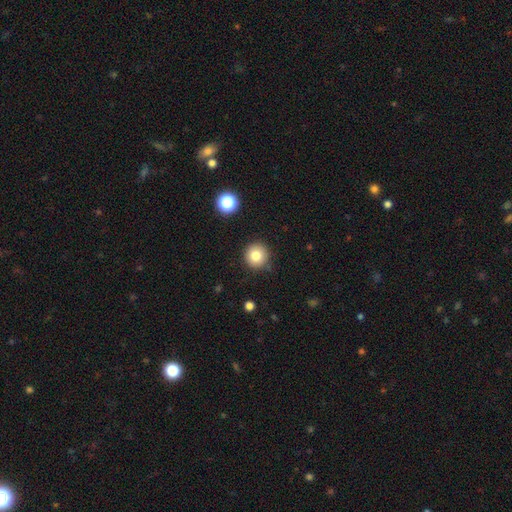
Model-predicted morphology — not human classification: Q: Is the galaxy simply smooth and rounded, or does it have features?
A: smooth — 80%.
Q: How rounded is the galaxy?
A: round — 95%.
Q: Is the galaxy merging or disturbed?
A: none — 87%.